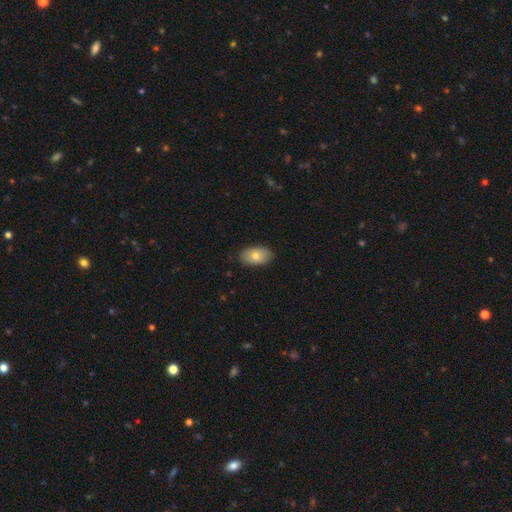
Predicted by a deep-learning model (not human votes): This is likely a smooth galaxy (78%). How rounded: clearly in between (93%). Merging: clearly none (87%).